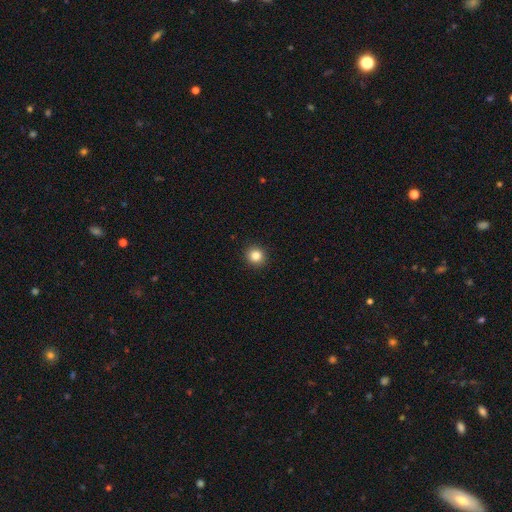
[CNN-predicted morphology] Smooth or featured: smooth — 85% (star or artifact — 11%)
How rounded: round — 92% (in between — 7%)
Merging: none — 92% (minor disturbance — 5%)